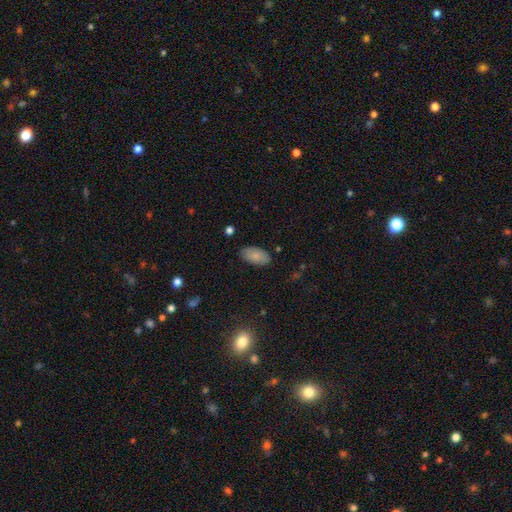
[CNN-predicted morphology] A smooth galaxy with no disk features (85%) that is in between round and cigar-shaped (95%). Merging: none (85%).